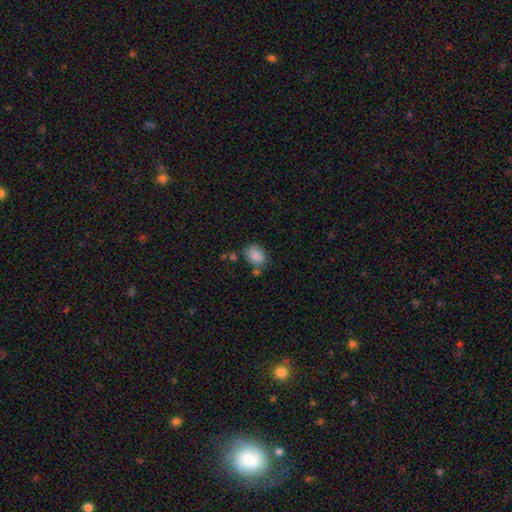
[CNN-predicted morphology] Smooth or featured? smooth (86%)
How rounded? in between (61%)
Merging? none (62%)